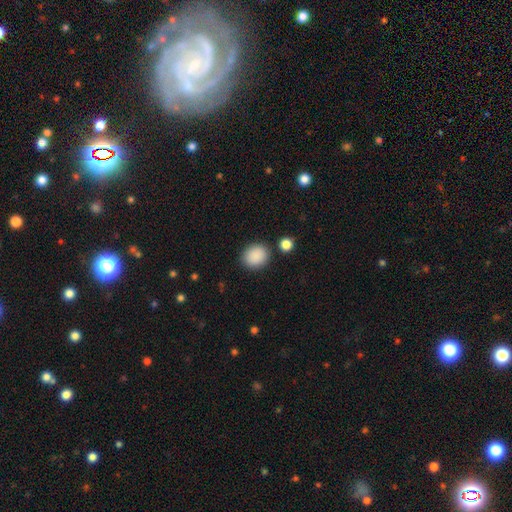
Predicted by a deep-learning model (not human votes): Overall: smooth (89%). How rounded: round (64%; in between 35%). Merging: none (85%).